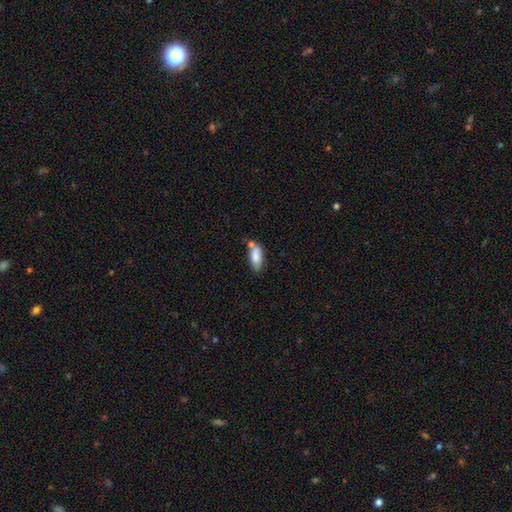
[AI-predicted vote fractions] Q: Smooth or featured?
A: smooth (81%); runner-up: featured or disk (12%)
Q: How rounded?
A: in between (79%); runner-up: cigar-shaped (18%)
Q: Merging?
A: none (50%); runner-up: merger (22%)